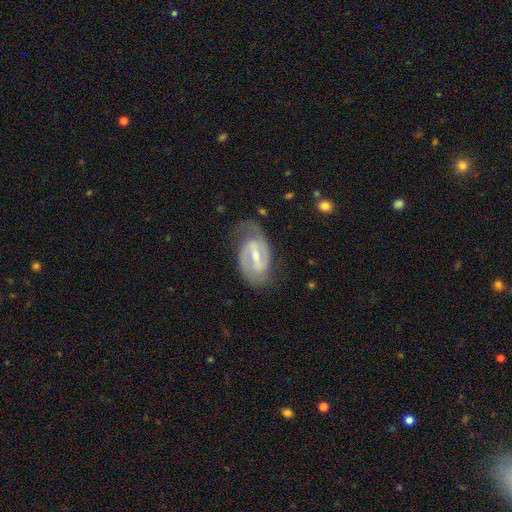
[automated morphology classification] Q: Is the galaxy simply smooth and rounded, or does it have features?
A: featured or disk — 86%.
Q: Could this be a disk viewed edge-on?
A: no — 96%.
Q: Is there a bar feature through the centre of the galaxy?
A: strong — 55%.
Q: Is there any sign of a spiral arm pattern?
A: yes — 94%.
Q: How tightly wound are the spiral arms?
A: medium — 51%.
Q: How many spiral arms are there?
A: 2 — 88%.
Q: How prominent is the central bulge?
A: small — 57%.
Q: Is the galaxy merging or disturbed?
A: none — 68%.